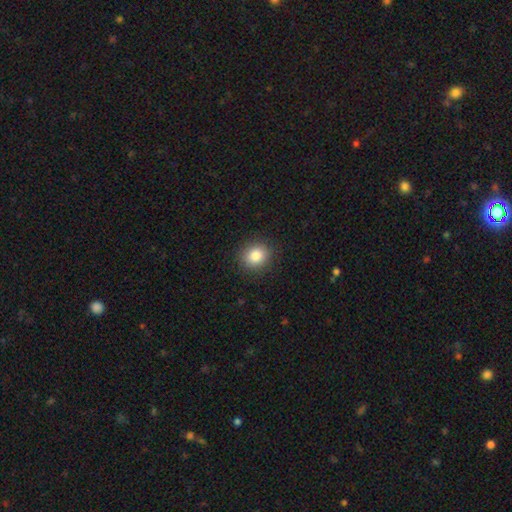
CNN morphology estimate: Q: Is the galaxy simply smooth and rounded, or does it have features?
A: smooth — 85%.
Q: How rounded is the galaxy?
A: round — 76%.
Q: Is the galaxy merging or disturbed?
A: none — 89%.